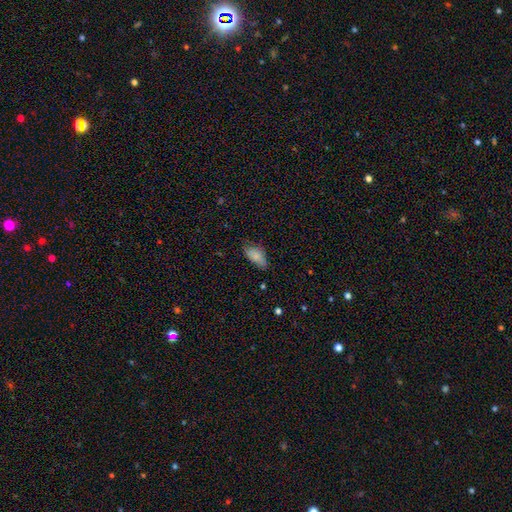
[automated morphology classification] A smooth galaxy with no disk features (83%) that is in between round and cigar-shaped (91%). Merging: none (57%).